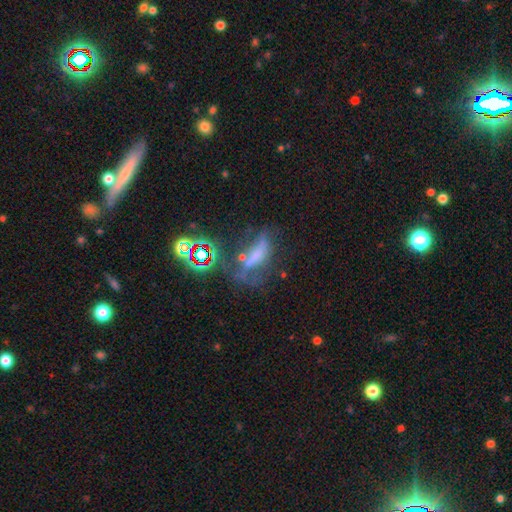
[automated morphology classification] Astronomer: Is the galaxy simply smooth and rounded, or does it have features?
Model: smooth — 35% (runner-up: featured or disk, 34%).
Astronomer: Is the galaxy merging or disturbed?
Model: major disturbance — 32% (runner-up: none, 31%).